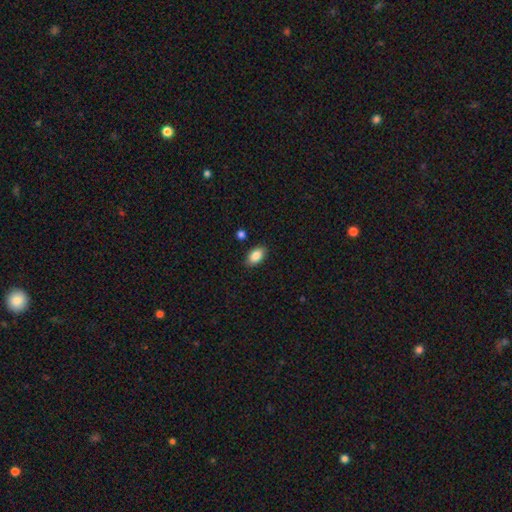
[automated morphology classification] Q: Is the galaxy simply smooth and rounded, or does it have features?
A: smooth — 87%.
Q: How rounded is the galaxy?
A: in between — 92%.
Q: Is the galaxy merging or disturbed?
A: none — 87%.